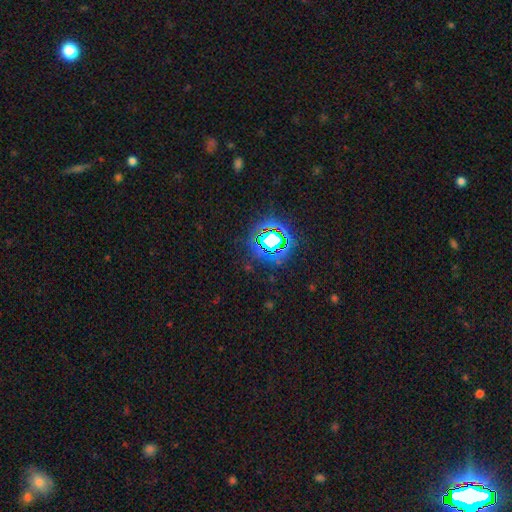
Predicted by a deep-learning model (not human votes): This appears to be a star or artifact, not a galaxy (80%).